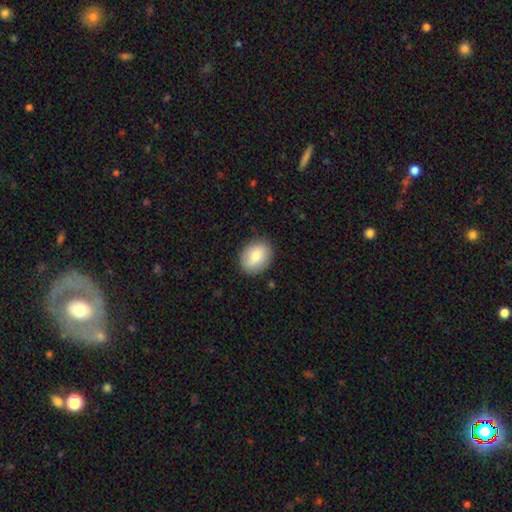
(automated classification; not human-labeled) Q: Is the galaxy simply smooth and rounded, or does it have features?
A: smooth — 81%.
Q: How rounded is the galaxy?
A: in between — 62%.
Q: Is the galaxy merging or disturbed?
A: none — 85%.